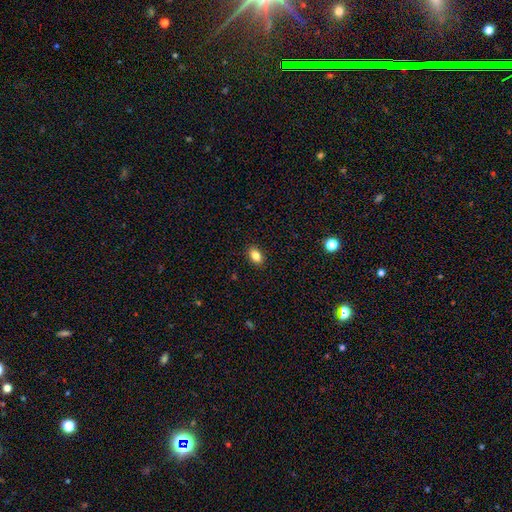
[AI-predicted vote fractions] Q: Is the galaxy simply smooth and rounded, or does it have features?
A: smooth — 85%.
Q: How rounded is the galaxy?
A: in between — 87%.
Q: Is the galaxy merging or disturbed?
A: none — 89%.